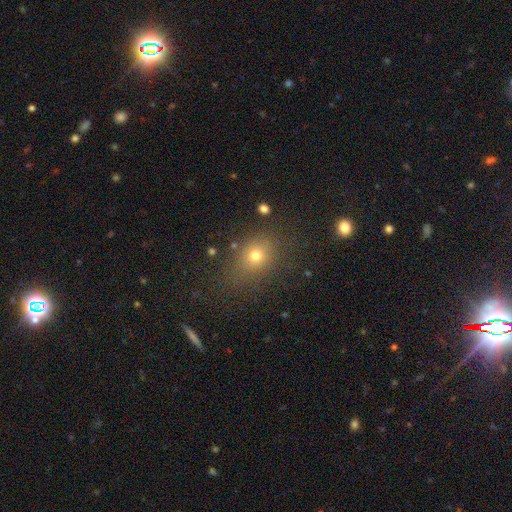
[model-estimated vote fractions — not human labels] This is likely a smooth galaxy (72%). How rounded: possibly round (57%). Merging: likely none (75%).